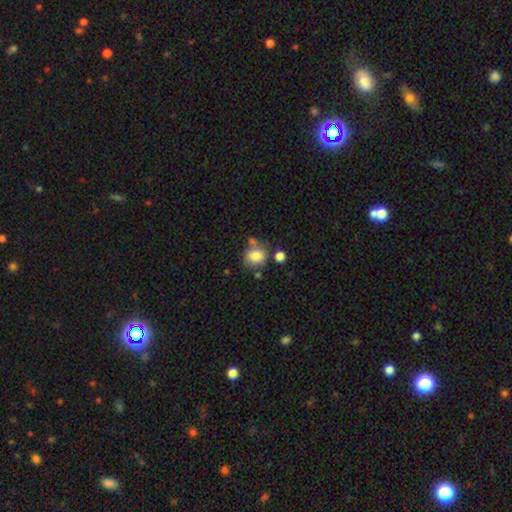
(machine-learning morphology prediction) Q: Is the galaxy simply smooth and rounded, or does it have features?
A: smooth — 81%.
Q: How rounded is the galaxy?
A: round — 57%.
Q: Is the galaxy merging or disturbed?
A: none — 53%.